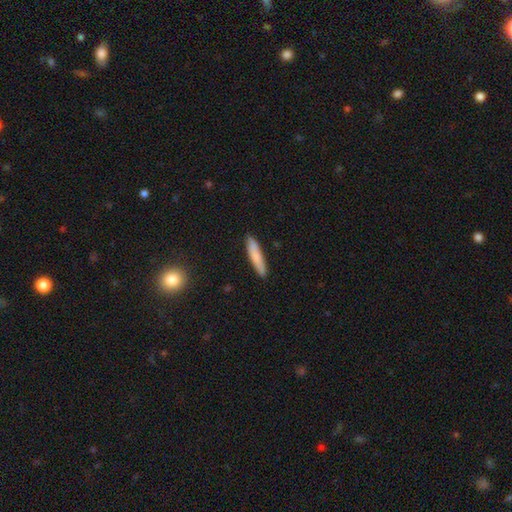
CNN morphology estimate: A smooth galaxy with no disk features (80%) that is cigar-shaped (88%). Merging: none (89%).